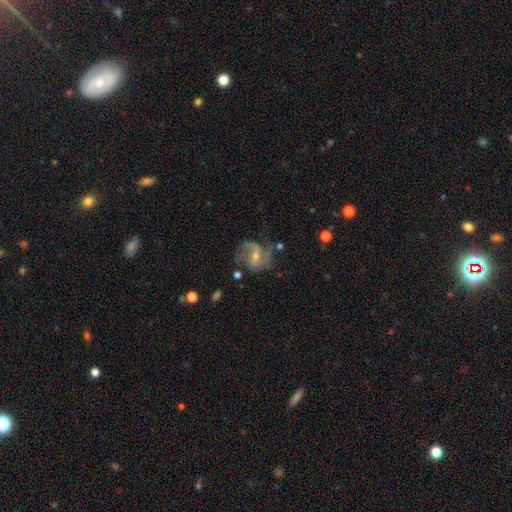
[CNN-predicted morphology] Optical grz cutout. It shows a featured or disk galaxy (81%) with a weak bar (47%), 2 (65%) medium (48%) spiral arms (94%) and a small central bulge (59%). Merging: none (60%).